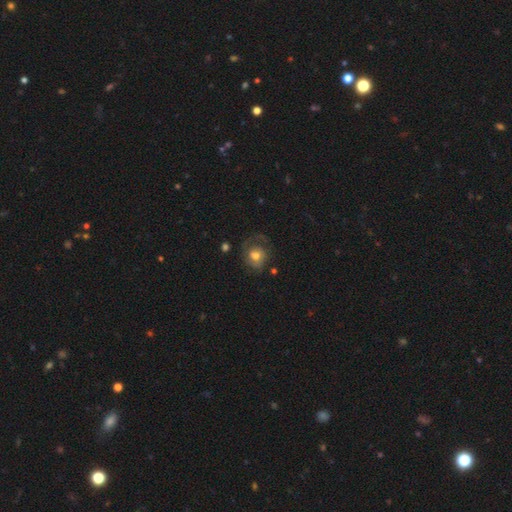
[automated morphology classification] Smooth or featured: smooth — 52% (featured or disk — 39%)
How rounded: round — 68% (in between — 31%)
Merging: none — 47% (major disturbance — 29%)